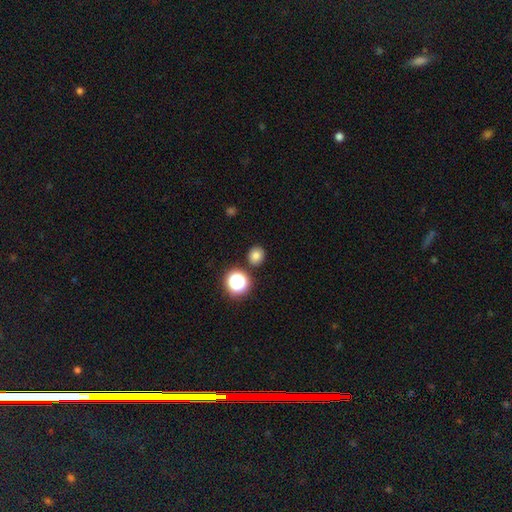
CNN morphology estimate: smooth_or_featured: smooth (p=0.77) [alt: star or artifact p=0.16]
how_rounded: round (p=0.83) [alt: in between p=0.16]
merging: none (p=0.87) [alt: minor disturbance p=0.07]